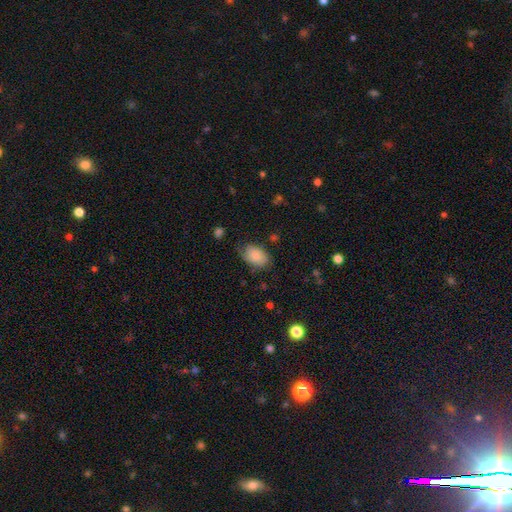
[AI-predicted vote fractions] Smooth or featured?
  - smooth: 79% *
  - featured or disk: 14%
  - star or artifact: 7%
How rounded?
  - in between: 88% *
  - round: 11%
  - cigar-shaped: 1%
Merging?
  - none: 61% *
  - minor disturbance: 28%
  - major disturbance: 9%
  - merger: 2%